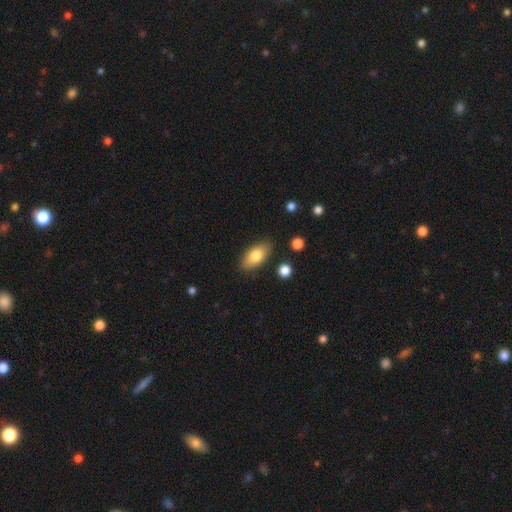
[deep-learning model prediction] Smooth or featured? Predicted: smooth (p=0.79). How rounded? Predicted: in between (p=0.90). Merging? Predicted: none (p=0.84).